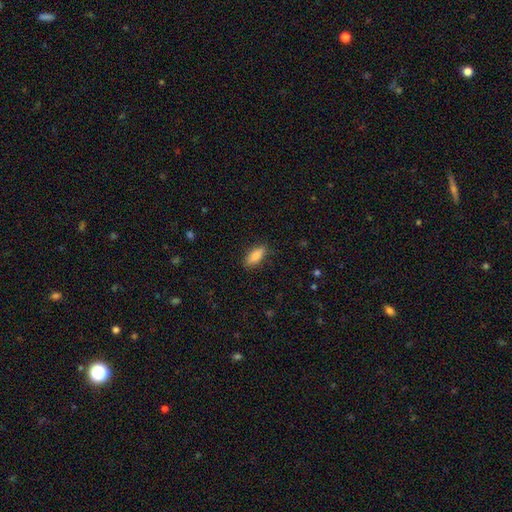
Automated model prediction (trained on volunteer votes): smooth 88%, star or artifact 7%, featured or disk 5%. Down the decision tree: how rounded — in between (82%); merging — none (84%).